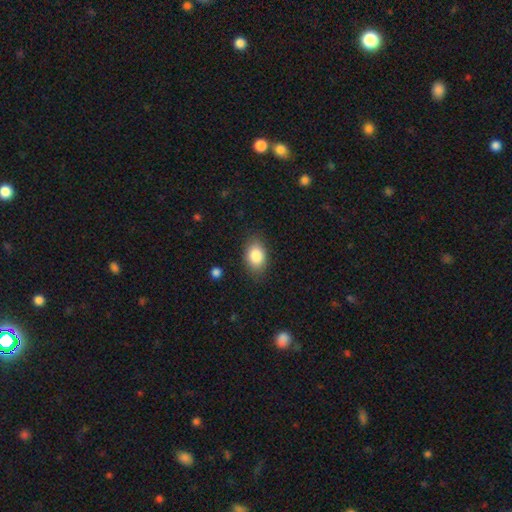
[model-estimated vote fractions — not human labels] A smooth galaxy with no disk features (85%) that is in between round and cigar-shaped (84%).

Vote fractions:
- Smooth or featured? smooth: 85% / star or artifact: 8% / featured or disk: 7%
- How rounded? in between: 84% / round: 15% / cigar-shaped: 1%
- Merging? none: 84% / minor disturbance: 12% / major disturbance: 3% / merger: 1%